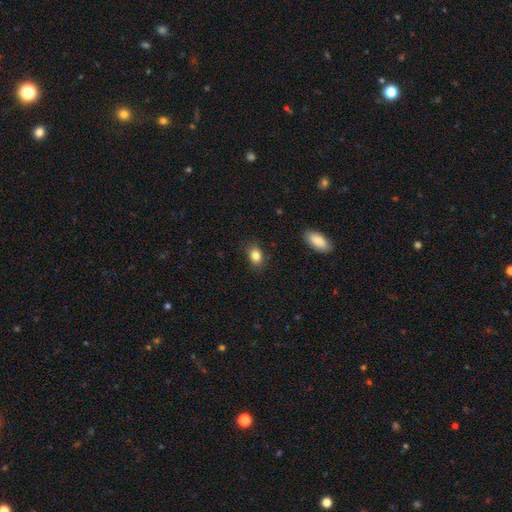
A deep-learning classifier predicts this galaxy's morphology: smooth_or_featured: smooth (p=0.84) [alt: star or artifact p=0.10]
how_rounded: in between (p=0.71) [alt: round p=0.27]
merging: none (p=0.83) [alt: minor disturbance p=0.12]